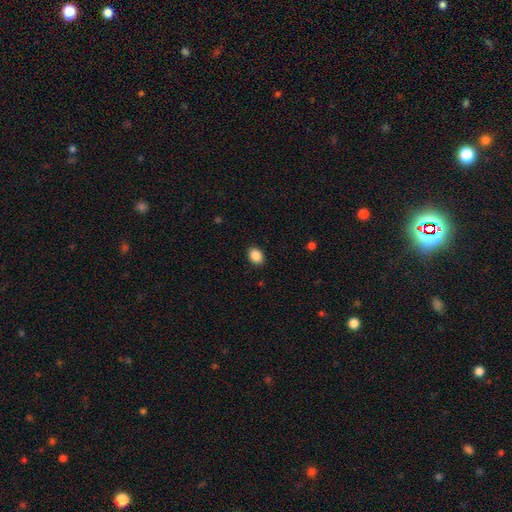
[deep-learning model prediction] Overall: smooth (88%). How rounded: in between (66%; round 33%). Merging: none (90%).